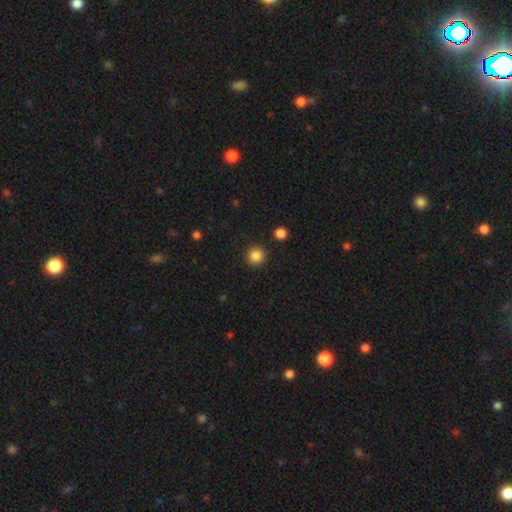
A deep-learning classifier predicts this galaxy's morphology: smooth_or_featured: smooth (p=0.86) [alt: star or artifact p=0.10]
how_rounded: round (p=0.95) [alt: in between p=0.04]
merging: none (p=0.92) [alt: minor disturbance p=0.05]